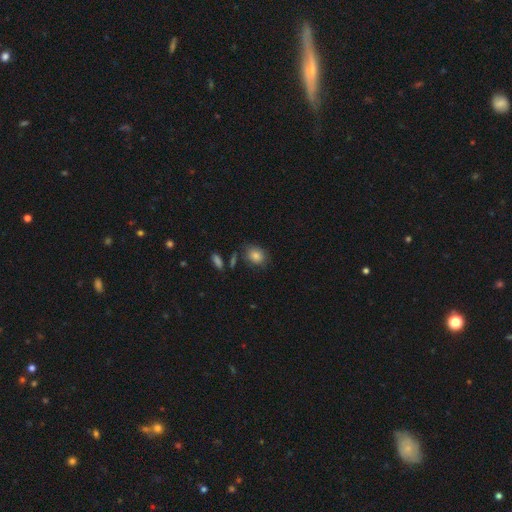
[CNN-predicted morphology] type=smooth (84%); roundness=in between (51%); merging=none (75%).